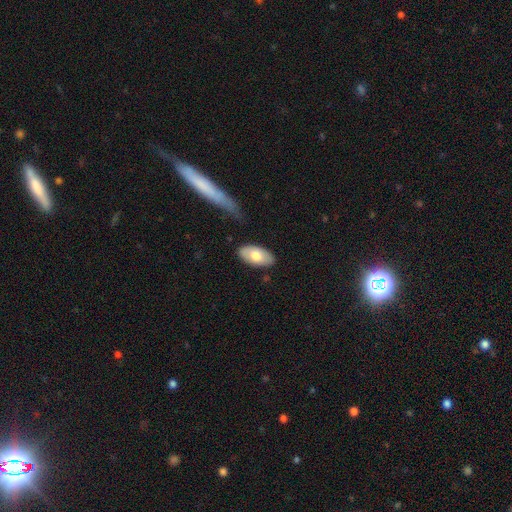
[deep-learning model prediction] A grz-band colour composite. It shows a smooth galaxy with no disk features (70%) that is in between round and cigar-shaped (94%). Merging: none (81%).